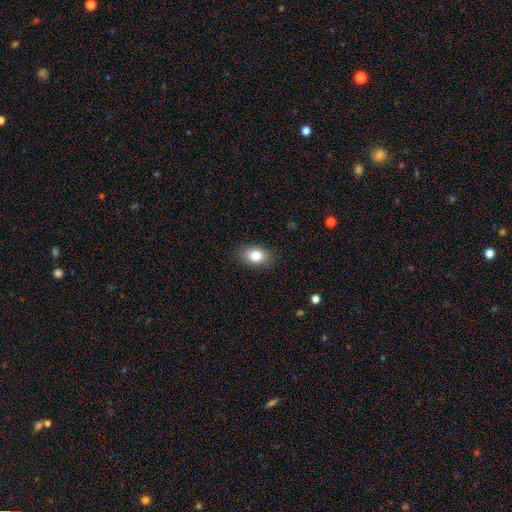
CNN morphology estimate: type=smooth (83%); roundness=in between (81%); merging=none (86%).